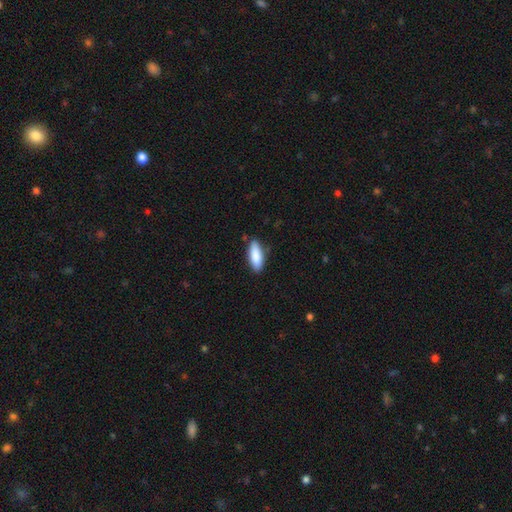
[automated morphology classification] Smooth or featured? Predicted: smooth (p=0.87). How rounded? Predicted: in between (p=0.70). Merging? Predicted: none (p=0.83).